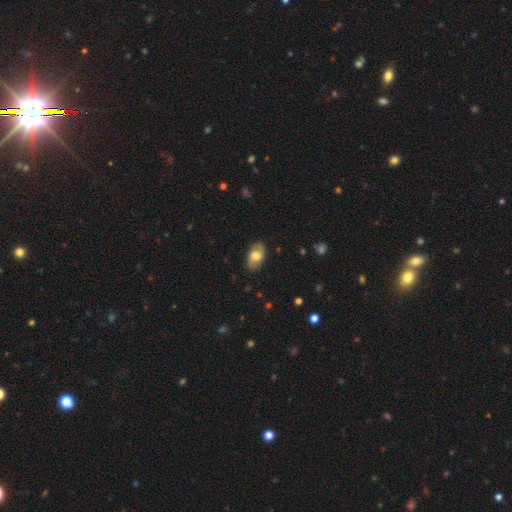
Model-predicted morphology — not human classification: This is possibly a smooth galaxy (59%). How rounded: clearly in between (91%). Merging: clearly none (83%).